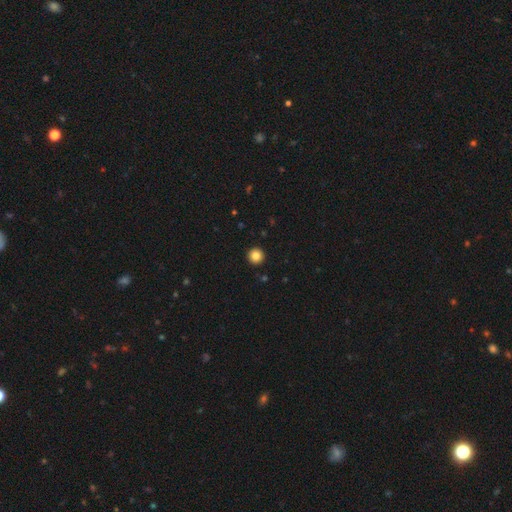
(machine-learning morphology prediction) The model was most divided on "smooth or featured": smooth: 84%, star or artifact: 11%, featured or disk: 6%. More confident: how rounded — round (96%); merging — none (94%).